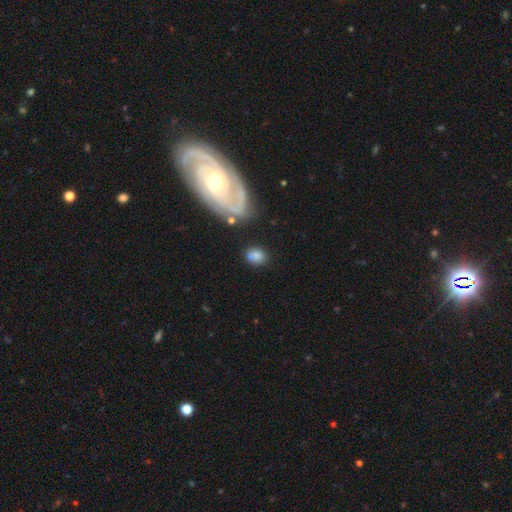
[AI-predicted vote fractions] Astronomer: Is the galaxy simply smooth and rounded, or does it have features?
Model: smooth — 75%.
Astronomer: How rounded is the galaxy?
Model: in between — 61% (runner-up: round, 37%).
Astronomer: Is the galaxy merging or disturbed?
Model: none — 67%.